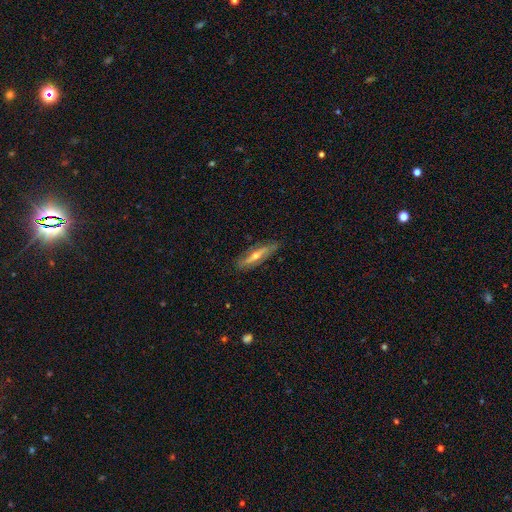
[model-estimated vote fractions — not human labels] A featured or disk galaxy (66%) viewed edge-on (65%). Merging: none (78%).